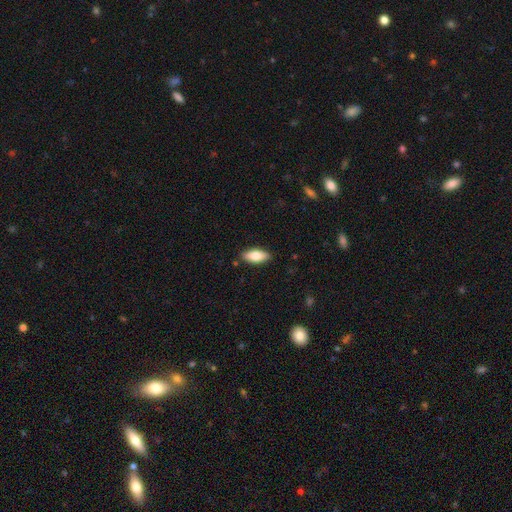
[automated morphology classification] This is likely a smooth galaxy (76%). How rounded: clearly in between (81%). Merging: clearly none (87%).